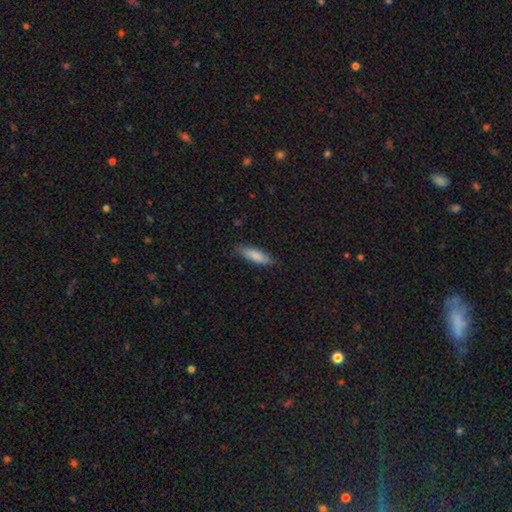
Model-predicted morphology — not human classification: smooth-or-featured: smooth: 86% | featured or disk: 9% | star or artifact: 6%
  how-rounded: cigar-shaped: 57% | in between: 41% | round: 1%
  merging: none: 83% | minor disturbance: 14% | major disturbance: 2% | merger: 1%